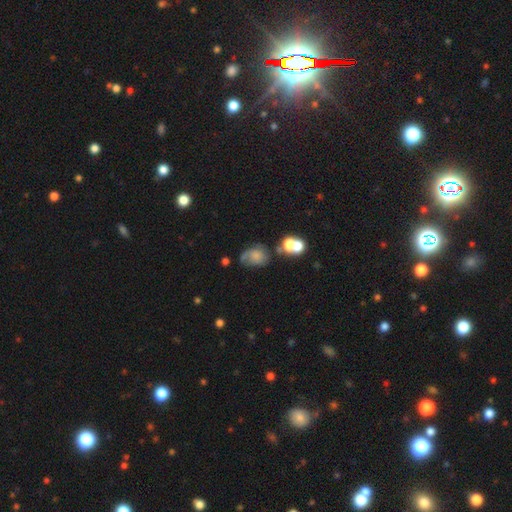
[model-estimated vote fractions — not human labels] Smooth or featured: smooth — 49% (featured or disk — 38%)
Merging: none — 39% (minor disturbance — 28%)